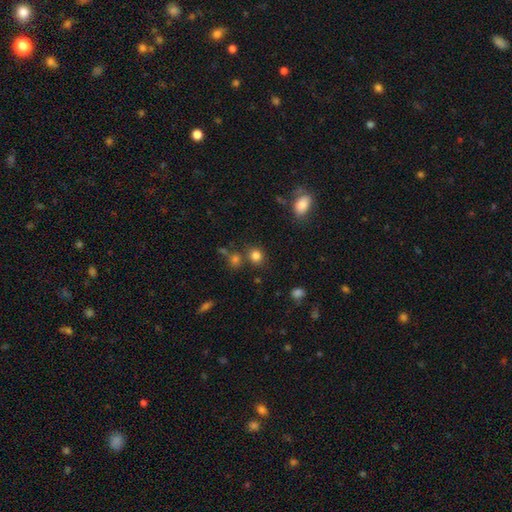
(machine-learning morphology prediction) Smooth or featured: smooth — 81% (star or artifact — 14%)
How rounded: round — 80% (in between — 19%)
Merging: none — 74% (merger — 13%)